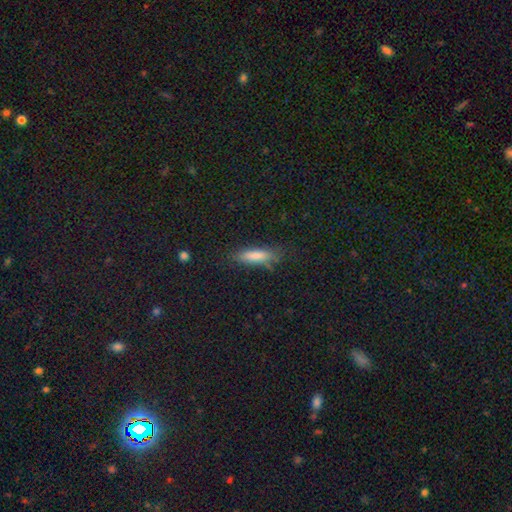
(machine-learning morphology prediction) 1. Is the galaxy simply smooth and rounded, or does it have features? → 77% smooth, 12% featured or disk, 11% star or artifact.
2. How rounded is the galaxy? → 64% cigar-shaped, 34% in between, 2% round.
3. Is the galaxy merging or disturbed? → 80% none, 14% minor disturbance, 4% major disturbance, 2% merger.